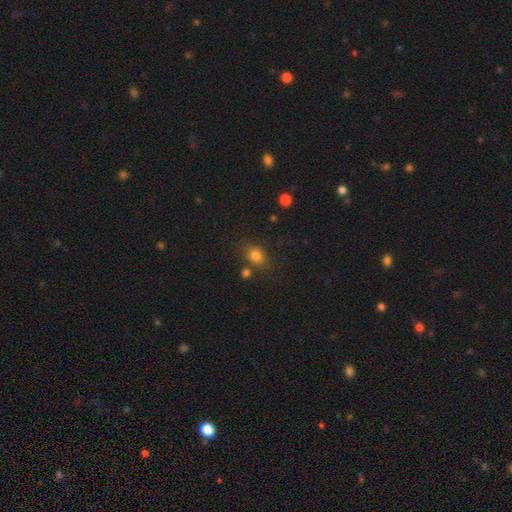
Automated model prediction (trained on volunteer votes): This is clearly a smooth galaxy (80%). How rounded: possibly round (54%). Merging: likely none (72%).